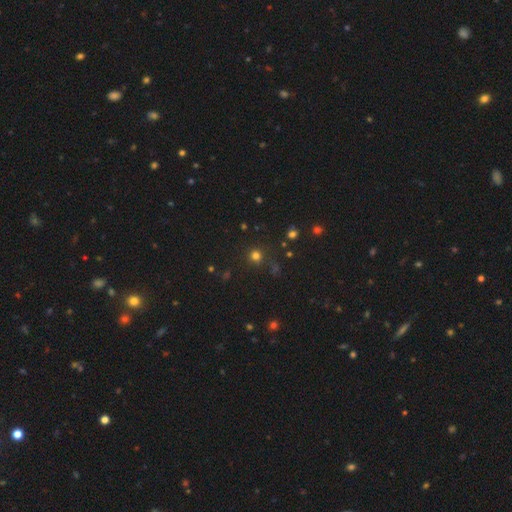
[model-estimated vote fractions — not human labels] Smooth or featured? smooth (72%)
How rounded? round (92%)
Merging? none (83%)